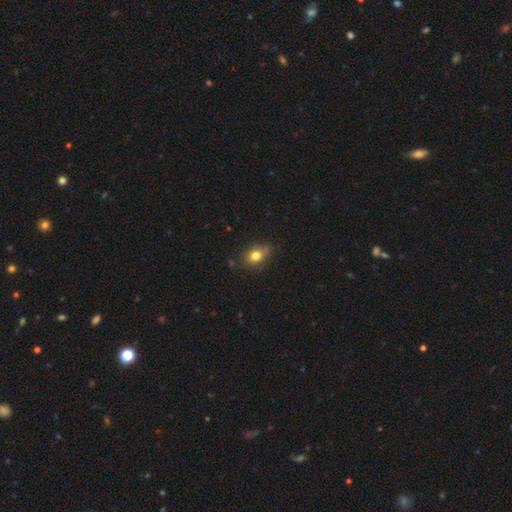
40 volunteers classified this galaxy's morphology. smooth_or_featured: smooth (p=0.80) [alt: star or artifact p=0.12]
how_rounded: in between (p=0.56) [alt: round p=0.41]
merging: none (p=0.69) [alt: minor disturbance p=0.17]